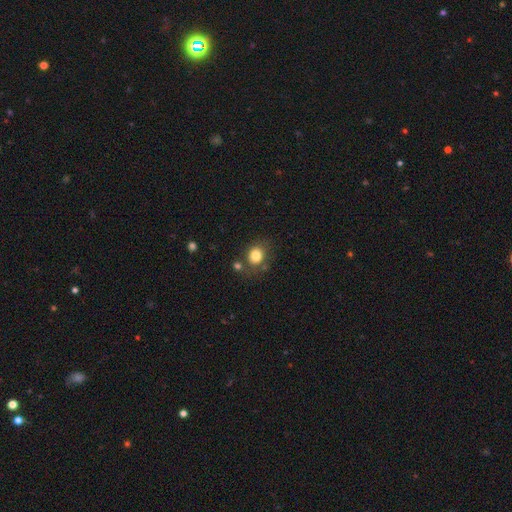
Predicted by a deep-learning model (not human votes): Smooth or featured? Predicted: smooth (p=0.81). How rounded? Predicted: round (p=0.67). Merging? Predicted: none (p=0.71).